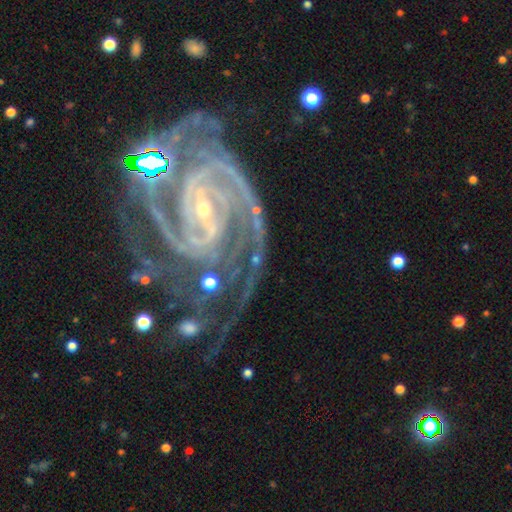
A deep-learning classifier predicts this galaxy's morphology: smooth-or-featured: featured or disk: 91% | star or artifact: 5% | smooth: 3%
  disk-edge-on: no: 97% | yes: 3%
    bar: strong: 51% | weak: 32% | no: 17%
    has-spiral-arms: yes: 98% | no: 2%
      spiral-winding: tight: 62% | medium: 32% | loose: 6%
      spiral-arm-count: 2: 35% | 3: 23% | 4: 13% | can't tell: 12% | more than 4: 8% | 1: 8%
    bulge-size: small: 73% | moderate: 23% | large: 1% | none: 1% | dominant: 1%
  merging: none: 56% | minor disturbance: 19% | major disturbance: 17% | merger: 8%